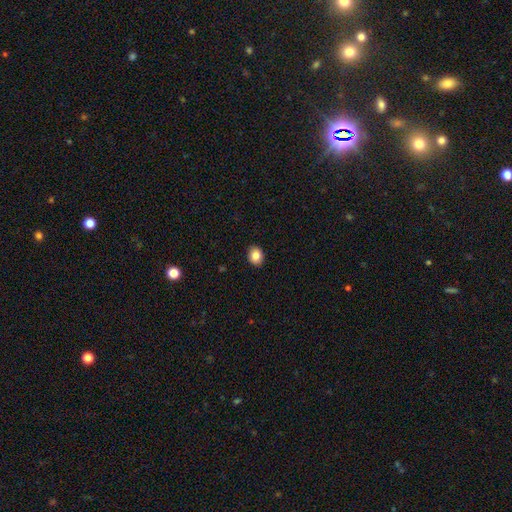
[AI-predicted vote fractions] smooth_or_featured: smooth (p=0.85) [alt: star or artifact p=0.09]
how_rounded: in between (p=0.52) [alt: round p=0.47]
merging: none (p=0.91) [alt: minor disturbance p=0.07]